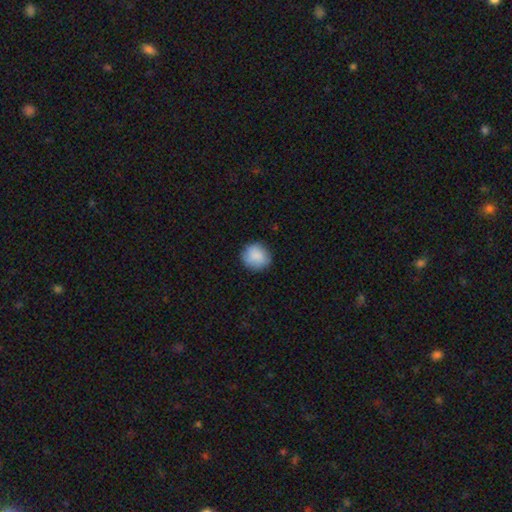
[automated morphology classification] Smooth or featured: smooth — 87% (star or artifact — 7%)
How rounded: round — 87% (in between — 12%)
Merging: none — 84% (minor disturbance — 13%)